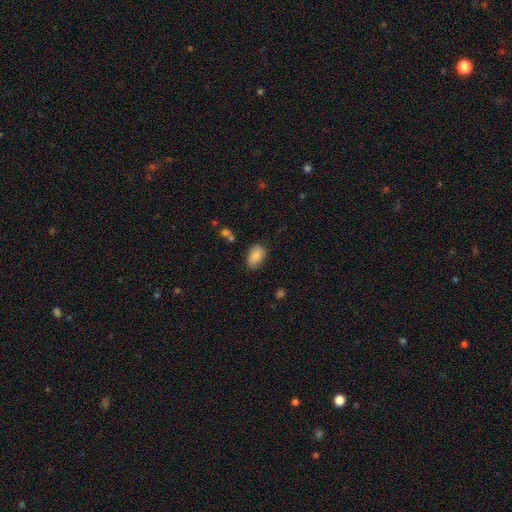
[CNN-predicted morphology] A smooth galaxy with no disk features (85%) that is in between round and cigar-shaped (89%).

Vote fractions:
- Smooth or featured? smooth: 85% / star or artifact: 8% / featured or disk: 7%
- How rounded? in between: 89% / round: 9% / cigar-shaped: 1%
- Merging? none: 74% / minor disturbance: 20% / major disturbance: 4% / merger: 3%